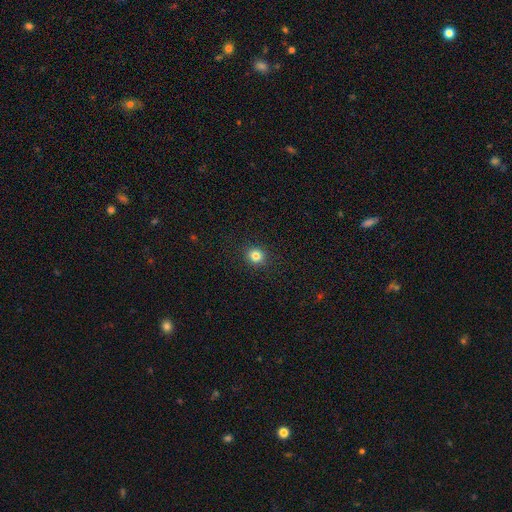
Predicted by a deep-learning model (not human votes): Smooth or featured?
  - smooth: 82% *
  - star or artifact: 12%
  - featured or disk: 6%
How rounded?
  - round: 89% *
  - in between: 10%
  - cigar-shaped: 1%
Merging?
  - none: 92% *
  - minor disturbance: 5%
  - major disturbance: 2%
  - merger: 1%